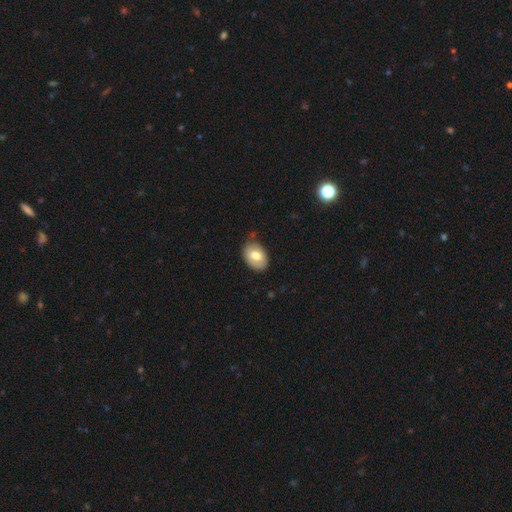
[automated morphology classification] A smooth galaxy with no disk features (68%) that is in between round and cigar-shaped (84%).

Vote fractions:
- Smooth or featured? smooth: 68% / featured or disk: 25% / star or artifact: 7%
- How rounded? in between: 84% / round: 15% / cigar-shaped: 1%
- Merging? none: 70% / minor disturbance: 23% / major disturbance: 5% / merger: 2%